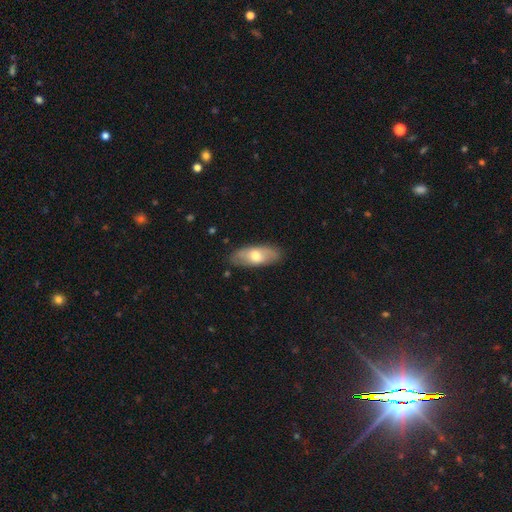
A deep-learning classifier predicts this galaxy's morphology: Overall: smooth (60%; featured or disk 35%). How rounded: in between (83%). Merging: none (83%).